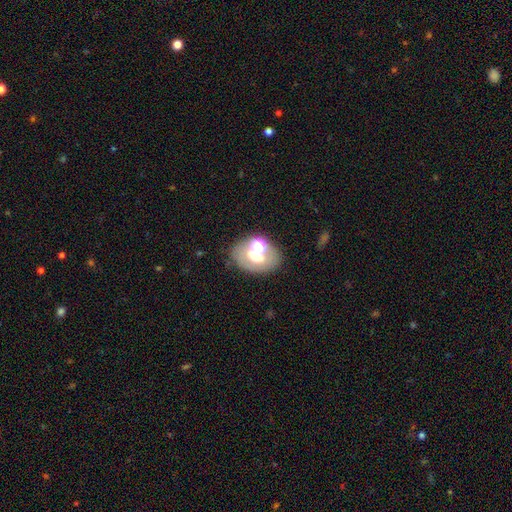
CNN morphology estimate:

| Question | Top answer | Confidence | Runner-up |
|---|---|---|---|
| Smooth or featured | smooth | 48% | featured or disk (37%) |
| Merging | none | 54% | merger (23%) |